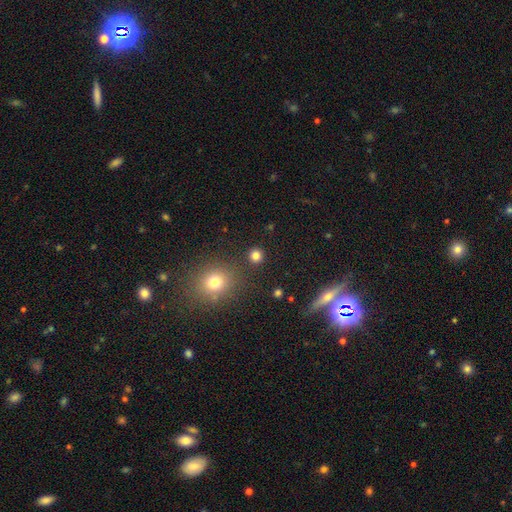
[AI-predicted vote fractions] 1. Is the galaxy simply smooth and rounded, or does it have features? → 81% smooth, 14% star or artifact, 5% featured or disk.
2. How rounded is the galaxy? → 92% round, 7% in between, 1% cigar-shaped.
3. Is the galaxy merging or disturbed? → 89% none, 5% minor disturbance, 3% merger, 2% major disturbance.